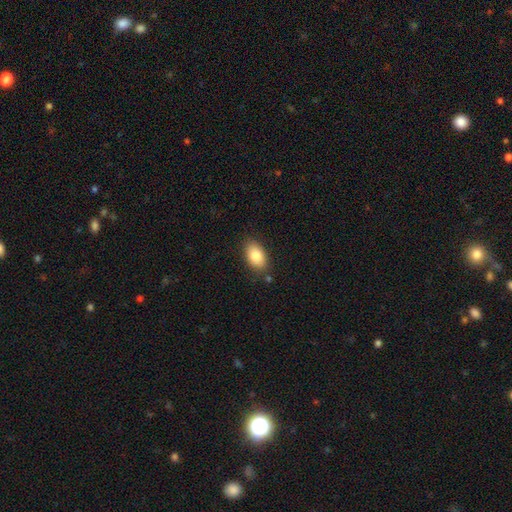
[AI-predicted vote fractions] Smooth or featured: smooth — 85% (featured or disk — 8%)
How rounded: in between — 92% (round — 6%)
Merging: none — 81% (minor disturbance — 13%)